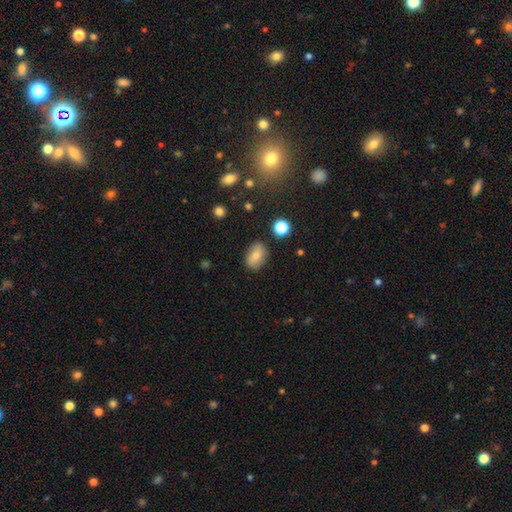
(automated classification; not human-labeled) Smooth or featured?
  - smooth: 74% *
  - featured or disk: 16%
  - star or artifact: 10%
How rounded?
  - in between: 78% *
  - round: 20%
  - cigar-shaped: 2%
Merging?
  - none: 83% *
  - minor disturbance: 12%
  - major disturbance: 3%
  - merger: 2%